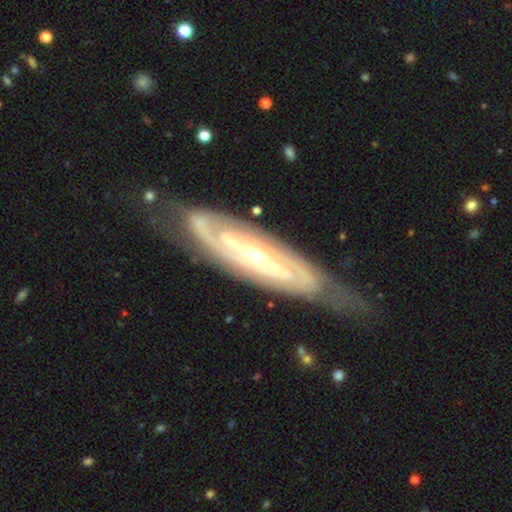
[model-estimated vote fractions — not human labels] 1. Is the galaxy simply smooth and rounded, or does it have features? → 87% featured or disk, 8% smooth, 5% star or artifact.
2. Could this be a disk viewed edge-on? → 83% no, 17% yes.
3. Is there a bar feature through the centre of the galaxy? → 58% no, 25% weak, 17% strong.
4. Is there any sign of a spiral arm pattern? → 94% yes, 6% no.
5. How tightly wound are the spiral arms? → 68% tight, 26% medium, 6% loose.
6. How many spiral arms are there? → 47% 2, 31% can't tell, 10% 3, 5% 4, 4% 1, 3% more than 4.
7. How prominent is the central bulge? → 64% small, 32% moderate, 1% large, 1% none, 1% dominant.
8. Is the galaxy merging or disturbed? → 72% none, 20% minor disturbance, 7% major disturbance, 2% merger.